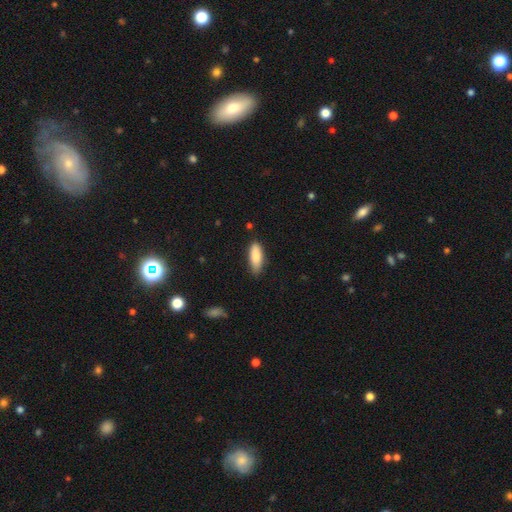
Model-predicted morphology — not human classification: Smooth or featured? smooth (85%)
How rounded? in between (69%)
Merging? none (77%)